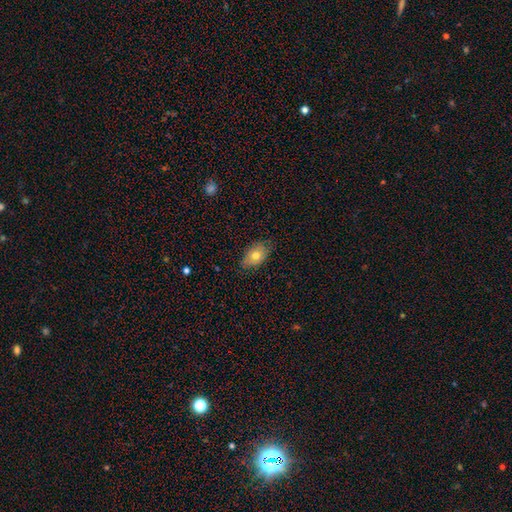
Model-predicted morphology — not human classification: Smooth or featured: smooth — 72% (featured or disk — 20%)
How rounded: in between — 86% (round — 12%)
Merging: none — 76% (minor disturbance — 19%)